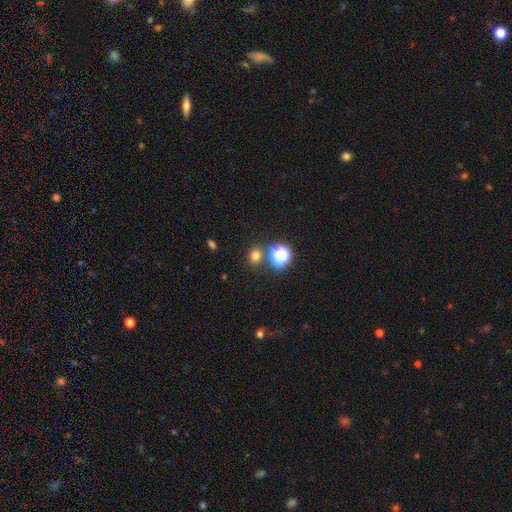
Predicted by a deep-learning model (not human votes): Smooth or featured: smooth — 71% (star or artifact — 23%)
How rounded: round — 78% (in between — 21%)
Merging: none — 78% (merger — 10%)